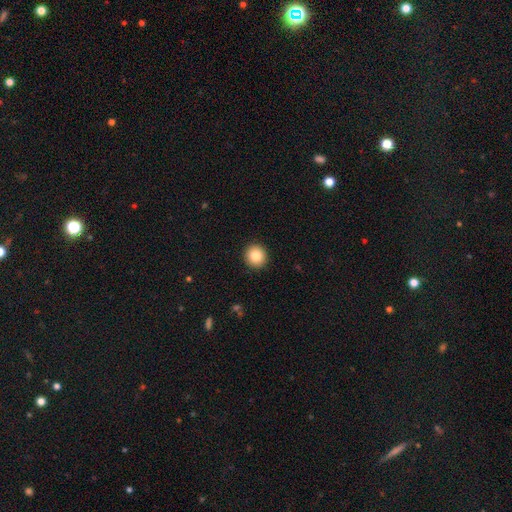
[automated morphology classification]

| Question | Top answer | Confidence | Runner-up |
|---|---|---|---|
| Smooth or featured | smooth | 83% | star or artifact (9%) |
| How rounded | round | 93% | in between (6%) |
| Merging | none | 93% | minor disturbance (5%) |